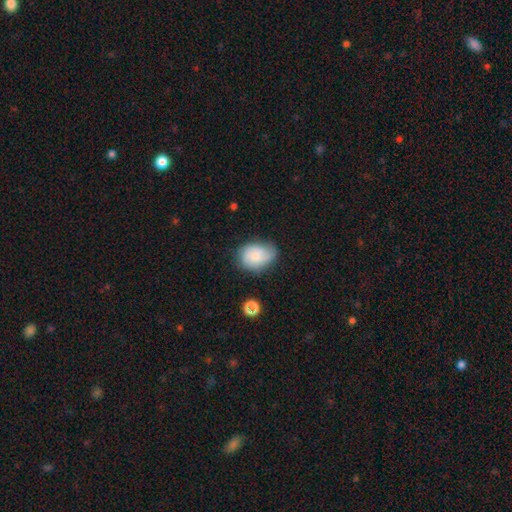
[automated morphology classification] A smooth galaxy with no disk features (71%) that is in between round and cigar-shaped (70%). Merging: none (62%).